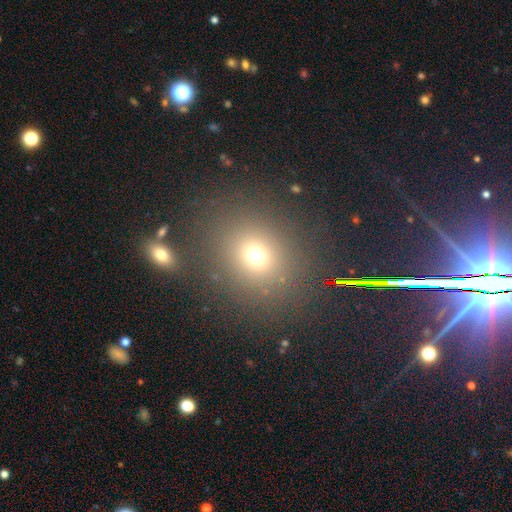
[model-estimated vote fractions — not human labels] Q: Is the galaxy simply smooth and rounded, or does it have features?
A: smooth — 70%.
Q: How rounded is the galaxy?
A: round — 72%.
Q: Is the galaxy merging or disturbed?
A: none — 80%.